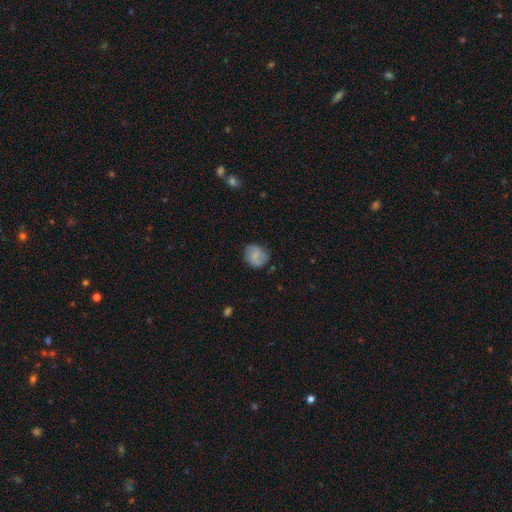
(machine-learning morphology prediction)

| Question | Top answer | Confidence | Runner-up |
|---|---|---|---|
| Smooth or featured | smooth | 70% | featured or disk (22%) |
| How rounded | round | 75% | in between (24%) |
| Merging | none | 75% | minor disturbance (19%) |